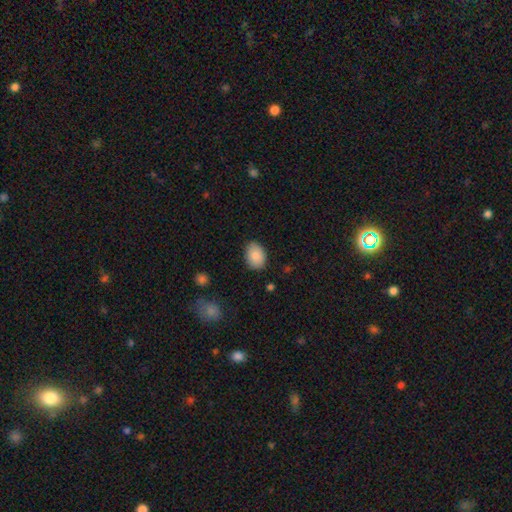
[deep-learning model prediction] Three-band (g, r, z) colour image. It shows a smooth galaxy with no disk features (88%) that is in between round and cigar-shaped (73%). Merging: none (82%).